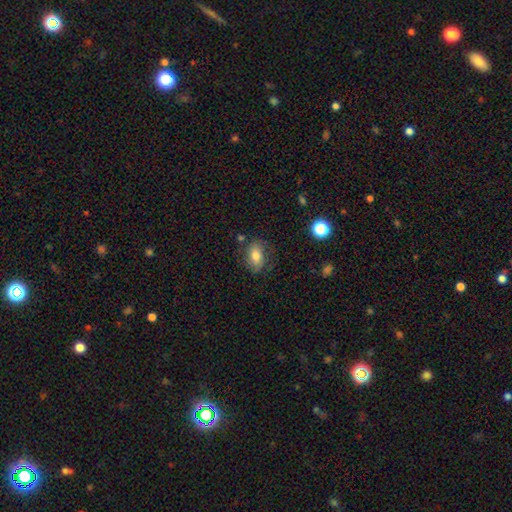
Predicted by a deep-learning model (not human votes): Overall: smooth (72%). How rounded: in between (82%). Merging: none (72%).